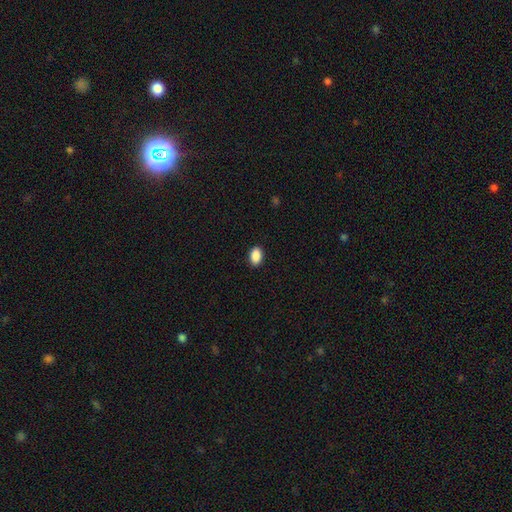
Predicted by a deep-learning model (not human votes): Overall: smooth (90%). How rounded: in between (89%). Merging: none (90%).